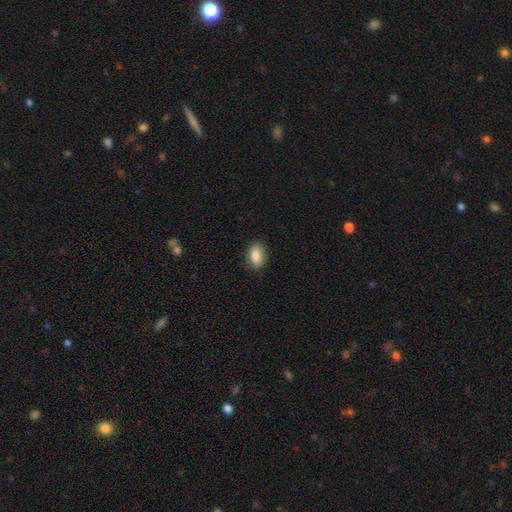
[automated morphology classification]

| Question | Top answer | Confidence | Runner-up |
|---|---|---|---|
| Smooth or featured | smooth | 86% | star or artifact (8%) |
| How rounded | in between | 87% | round (10%) |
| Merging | none | 86% | minor disturbance (11%) |